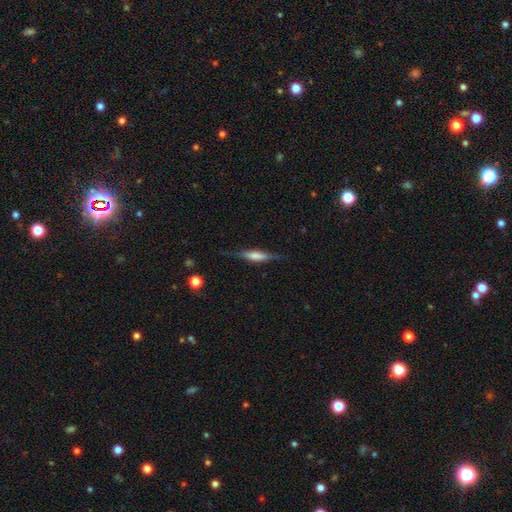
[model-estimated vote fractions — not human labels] A featured or disk galaxy (52%) viewed edge-on (94%).

Vote fractions:
- Smooth or featured? featured or disk: 52% / smooth: 41% / star or artifact: 7%
- Edge-on disk? yes: 94% / no: 6%
- Merging? none: 79% / minor disturbance: 15% / major disturbance: 4% / merger: 1%